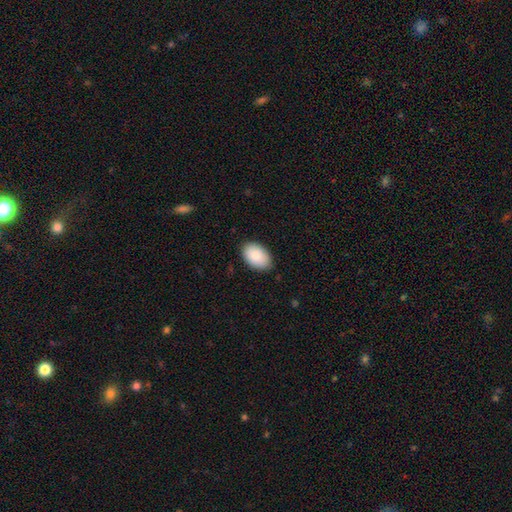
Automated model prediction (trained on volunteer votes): smooth-or-featured: smooth: 89% | star or artifact: 6% | featured or disk: 5%
  how-rounded: in between: 92% | round: 7% | cigar-shaped: 1%
  merging: none: 85% | minor disturbance: 12% | major disturbance: 2% | merger: 1%